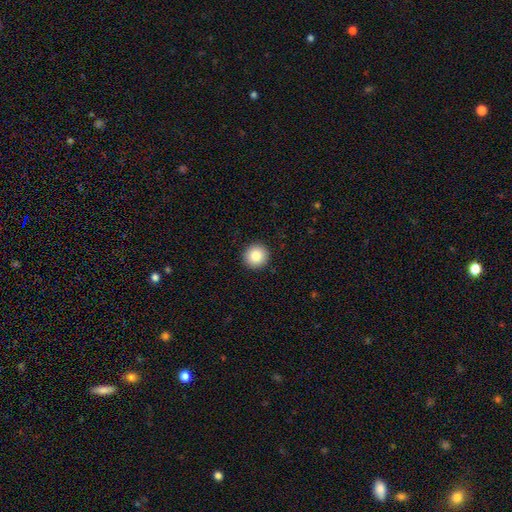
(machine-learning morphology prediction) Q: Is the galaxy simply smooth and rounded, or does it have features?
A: smooth — 84%.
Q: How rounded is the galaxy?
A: round — 96%.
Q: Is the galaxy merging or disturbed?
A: none — 93%.